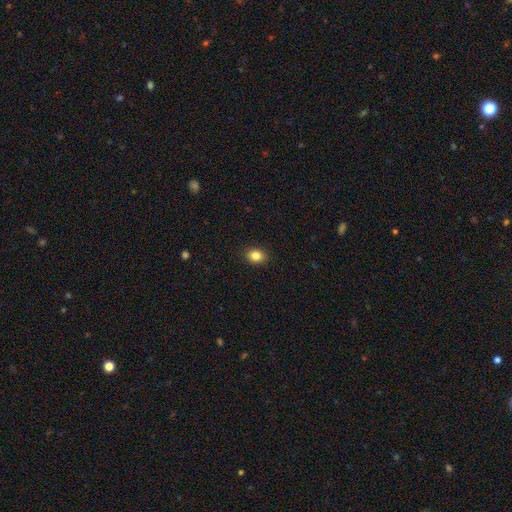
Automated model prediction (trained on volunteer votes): Smooth or featured?
  - smooth: 84% *
  - star or artifact: 10%
  - featured or disk: 6%
How rounded?
  - in between: 58% *
  - round: 41%
  - cigar-shaped: 1%
Merging?
  - none: 89% *
  - minor disturbance: 8%
  - major disturbance: 2%
  - merger: 1%